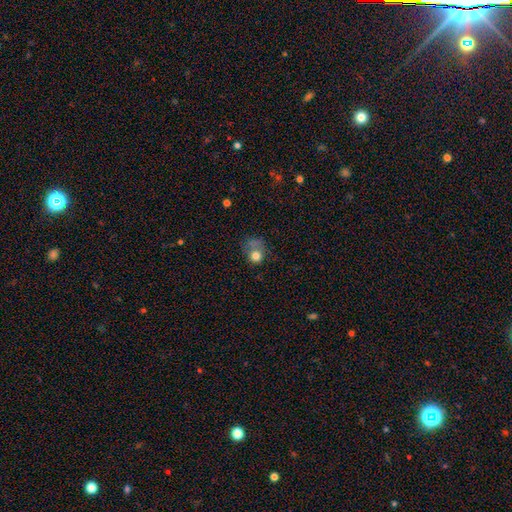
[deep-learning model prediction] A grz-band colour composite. It shows a smooth galaxy with no disk features (75%) that is round (74%). Merging: none (34%).